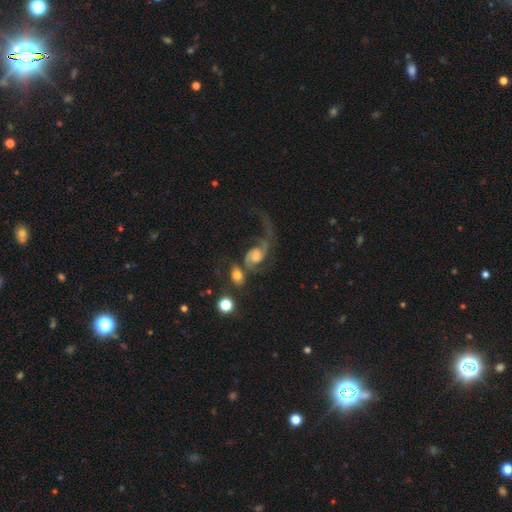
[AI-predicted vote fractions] Morphology: type=featured or disk (83%); edge-on=no (97%); bar=no (59%); spiral arms=yes (96%); winding=loose (51%); arm count=2 (76%); bulge=moderate (45%); merging=major disturbance (32%).